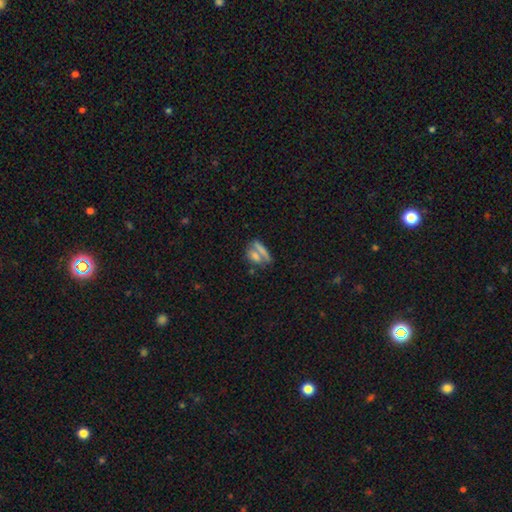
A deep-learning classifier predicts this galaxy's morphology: Smooth or featured?
  - smooth: 65% *
  - featured or disk: 19%
  - star or artifact: 16%
How rounded?
  - in between: 53% *
  - cigar-shaped: 26%
  - round: 21%
Merging?
  - none: 43% *
  - merger: 36%
  - minor disturbance: 13%
  - major disturbance: 9%